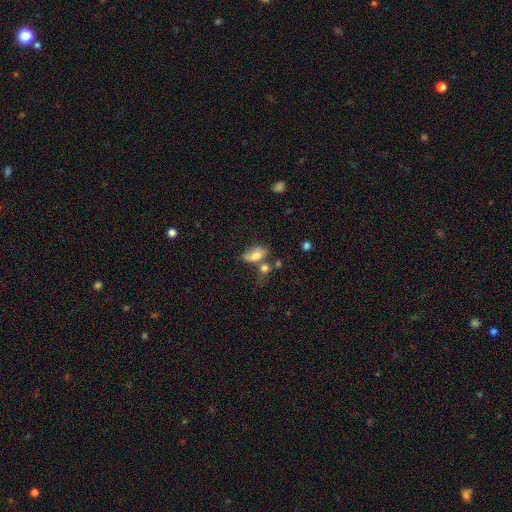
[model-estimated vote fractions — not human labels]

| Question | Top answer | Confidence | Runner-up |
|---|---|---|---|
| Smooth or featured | smooth | 69% | featured or disk (22%) |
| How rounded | in between | 87% | round (7%) |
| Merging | none | 36% | merger (29%) |